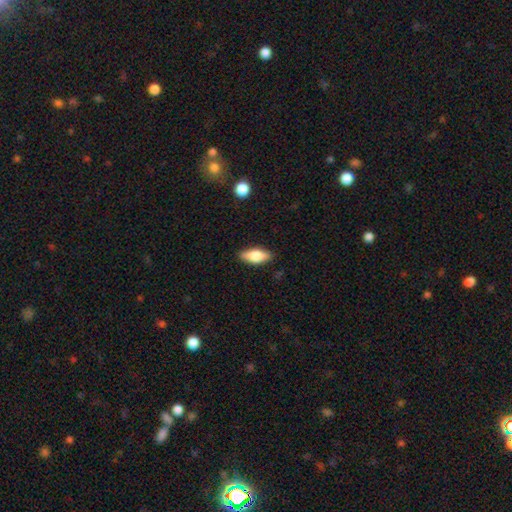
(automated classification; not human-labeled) Overall: smooth (66%; featured or disk 27%). How rounded: in between (79%). Merging: none (87%).